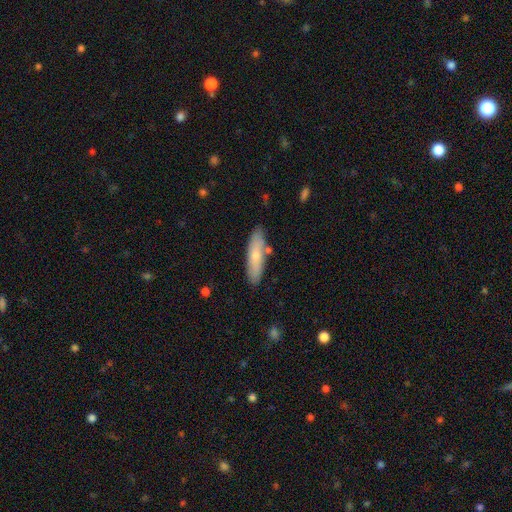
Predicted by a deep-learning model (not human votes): Morphology: type=smooth (70%); roundness=cigar-shaped (69%); merging=none (83%).